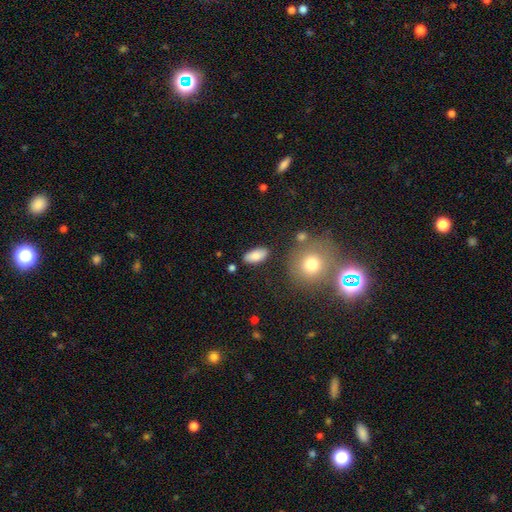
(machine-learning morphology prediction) A smooth galaxy with no disk features (85%) that is in between round and cigar-shaped (89%).

Vote fractions:
- Smooth or featured? smooth: 85% / featured or disk: 8% / star or artifact: 8%
- How rounded? in between: 89% / cigar-shaped: 7% / round: 4%
- Merging? none: 82% / minor disturbance: 11% / major disturbance: 3% / merger: 3%